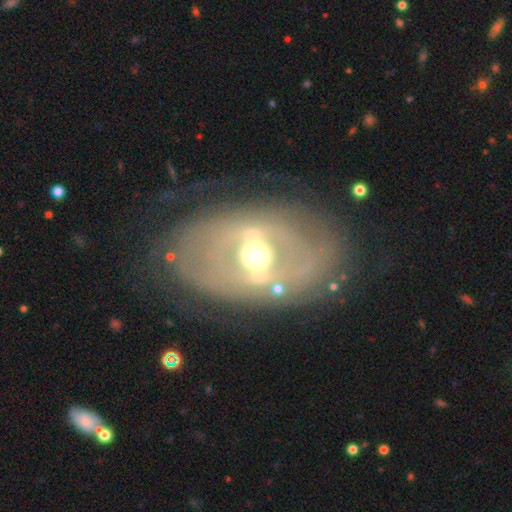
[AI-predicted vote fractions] smooth_or_featured: featured or disk (p=0.80) [alt: smooth p=0.14]
disk_edge_on: no (p=0.92) [alt: yes p=0.08]
bar: strong (p=0.47) [alt: weak p=0.32]
has_spiral_arms: no (p=0.57) [alt: yes p=0.43]
bulge_size: moderate (p=0.72) [alt: large p=0.13]
merging: none (p=0.74) [alt: minor disturbance p=0.15]